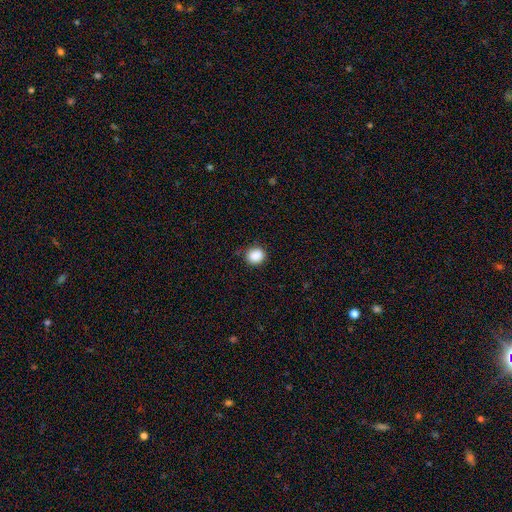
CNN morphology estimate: Overall: smooth (88%). How rounded: round (79%). Merging: none (84%).